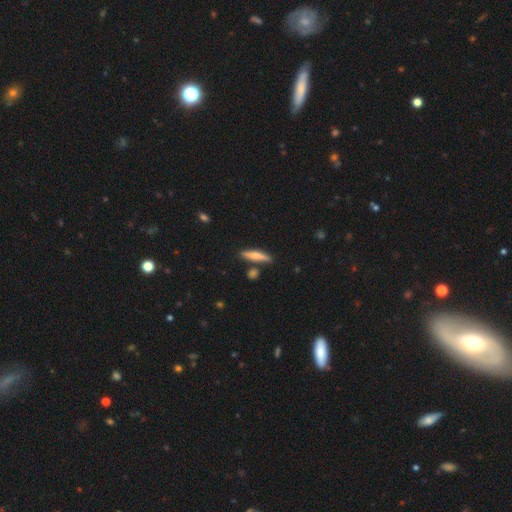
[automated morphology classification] The model was most divided on "smooth or featured": smooth: 67%, featured or disk: 26%, star or artifact: 6%. More confident: how rounded — cigar-shaped (83%); merging — none (78%).